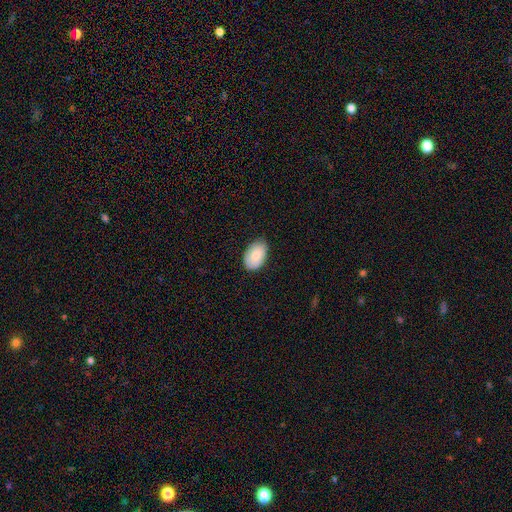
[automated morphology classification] Smooth or featured?
  - smooth: 81% *
  - featured or disk: 12%
  - star or artifact: 7%
How rounded?
  - in between: 91% *
  - round: 8%
  - cigar-shaped: 1%
Merging?
  - none: 78% *
  - minor disturbance: 19%
  - major disturbance: 3%
  - merger: 1%